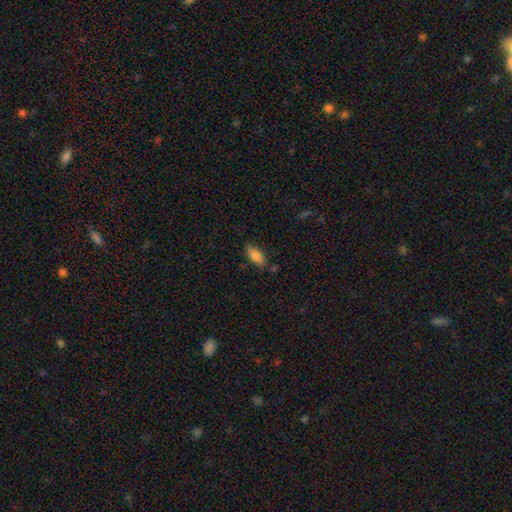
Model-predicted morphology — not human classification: smooth 81%, featured or disk 12%, star or artifact 7%. Down the decision tree: how rounded — in between (84%); merging — none (78%).